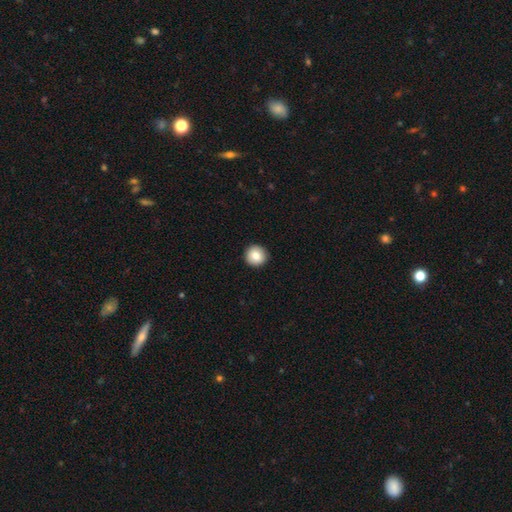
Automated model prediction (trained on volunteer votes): Q: Smooth or featured?
A: smooth (83%); runner-up: featured or disk (9%)
Q: How rounded?
A: round (96%); runner-up: in between (3%)
Q: Merging?
A: none (93%); runner-up: minor disturbance (5%)